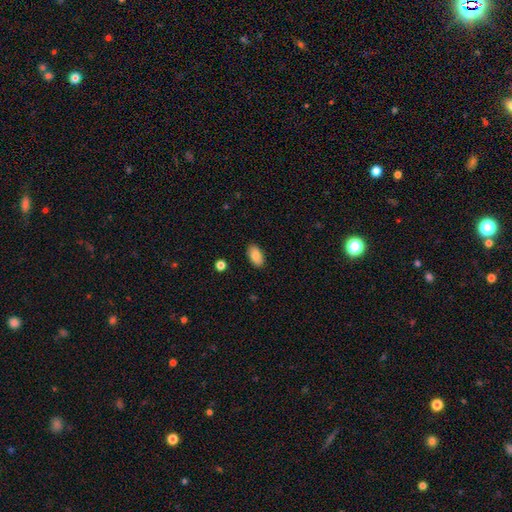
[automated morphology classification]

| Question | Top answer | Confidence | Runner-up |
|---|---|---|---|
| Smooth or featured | smooth | 85% | featured or disk (7%) |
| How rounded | in between | 93% | round (4%) |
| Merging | none | 88% | minor disturbance (9%) |